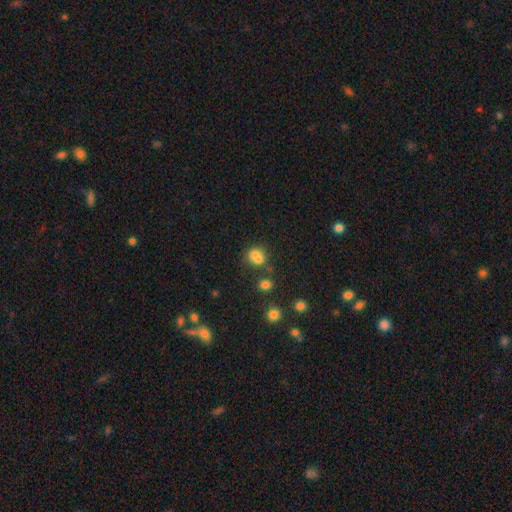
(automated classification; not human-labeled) A smooth galaxy with no disk features (74%) that is round (62%). Merging: none (41%, tied with merger).